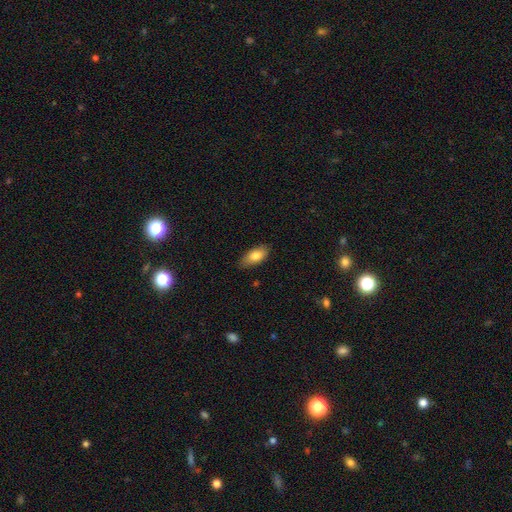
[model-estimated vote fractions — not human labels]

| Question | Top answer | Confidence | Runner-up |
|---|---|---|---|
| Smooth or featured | smooth | 80% | featured or disk (13%) |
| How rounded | in between | 88% | cigar-shaped (8%) |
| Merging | none | 82% | minor disturbance (14%) |